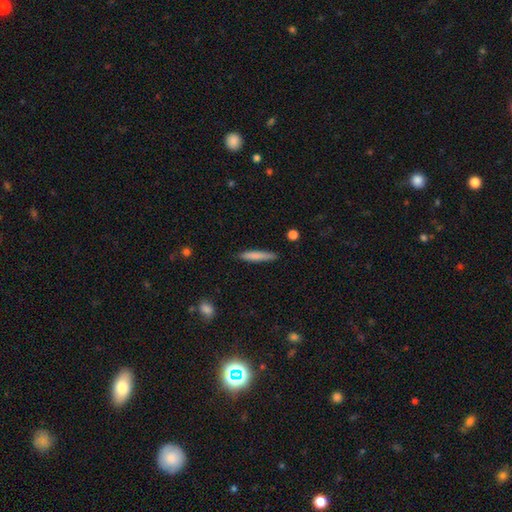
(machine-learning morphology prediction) A smooth galaxy with no disk features (79%) that is cigar-shaped (92%). Merging: none (88%).